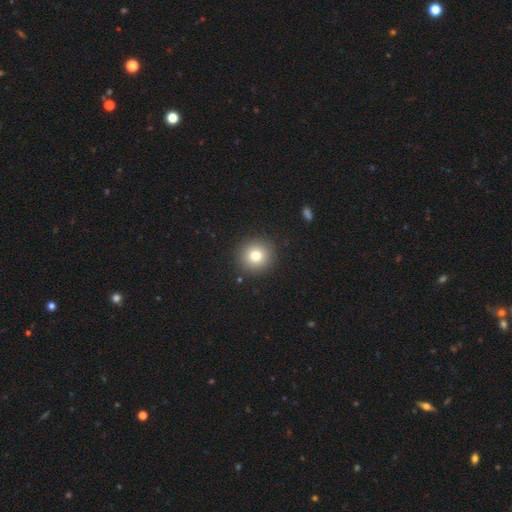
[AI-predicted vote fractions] Smooth or featured? Predicted: smooth (p=0.78). How rounded? Predicted: round (p=0.93). Merging? Predicted: none (p=0.91).